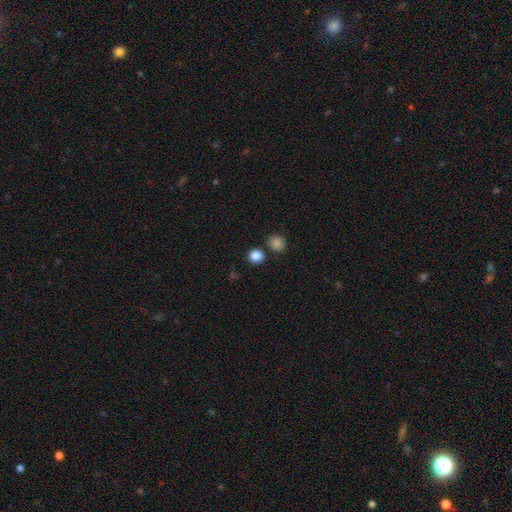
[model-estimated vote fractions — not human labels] smooth-or-featured: smooth: 85% | star or artifact: 11% | featured or disk: 3%
  how-rounded: round: 87% | in between: 12% | cigar-shaped: 1%
  merging: none: 80% | merger: 10% | minor disturbance: 7% | major disturbance: 3%